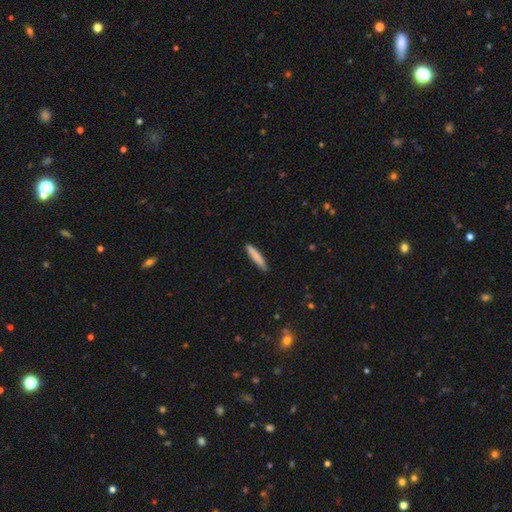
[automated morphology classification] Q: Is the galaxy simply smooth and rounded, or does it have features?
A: smooth — 82%.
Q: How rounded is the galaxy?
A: cigar-shaped — 91%.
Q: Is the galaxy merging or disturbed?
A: none — 87%.